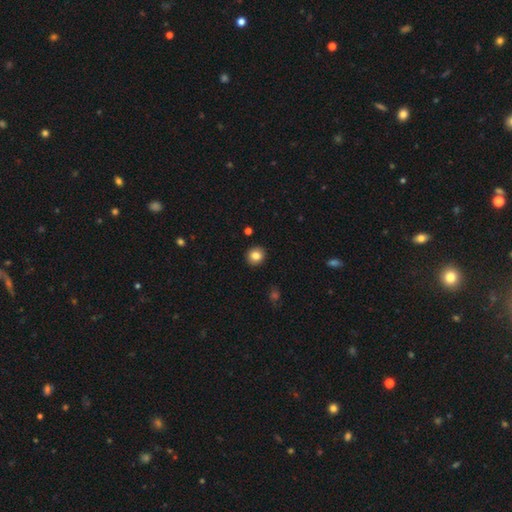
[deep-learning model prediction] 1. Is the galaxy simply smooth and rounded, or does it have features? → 83% smooth, 10% star or artifact, 7% featured or disk.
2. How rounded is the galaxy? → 89% round, 11% in between, 1% cigar-shaped.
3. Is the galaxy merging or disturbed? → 92% none, 5% minor disturbance, 2% major disturbance, 1% merger.